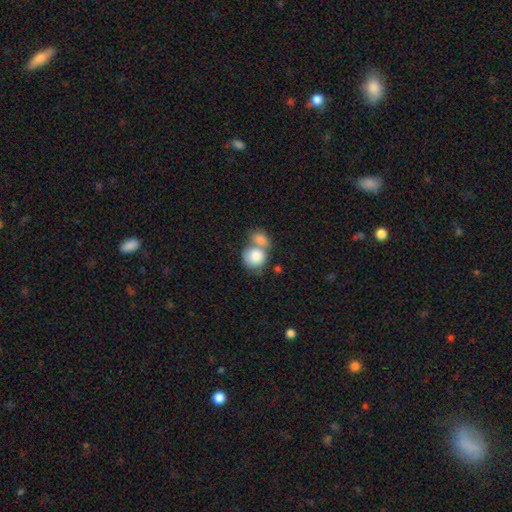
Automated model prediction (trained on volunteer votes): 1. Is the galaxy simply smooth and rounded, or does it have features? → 83% smooth, 11% featured or disk, 7% star or artifact.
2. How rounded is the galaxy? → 70% round, 29% in between, 1% cigar-shaped.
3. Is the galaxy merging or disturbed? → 61% merger, 25% none, 9% minor disturbance, 5% major disturbance.